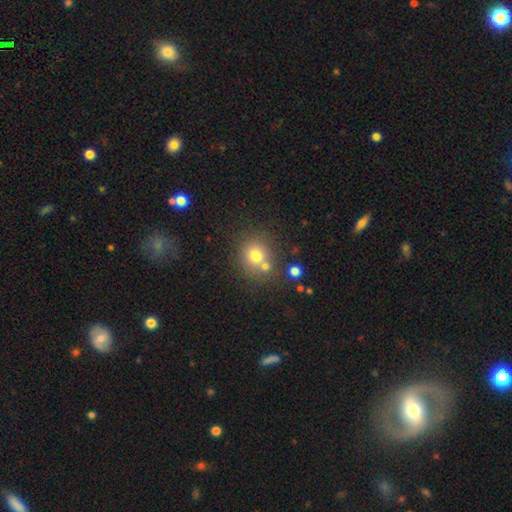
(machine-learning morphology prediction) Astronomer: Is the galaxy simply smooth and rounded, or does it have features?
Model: smooth — 73%.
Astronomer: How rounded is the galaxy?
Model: round — 85%.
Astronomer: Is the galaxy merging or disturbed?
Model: none — 59%.